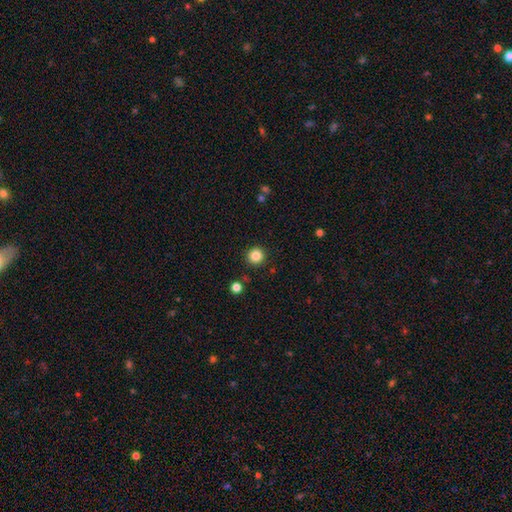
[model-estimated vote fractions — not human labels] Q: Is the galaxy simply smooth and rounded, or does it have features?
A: smooth — 85%.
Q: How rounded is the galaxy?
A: round — 95%.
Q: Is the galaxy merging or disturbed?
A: none — 91%.